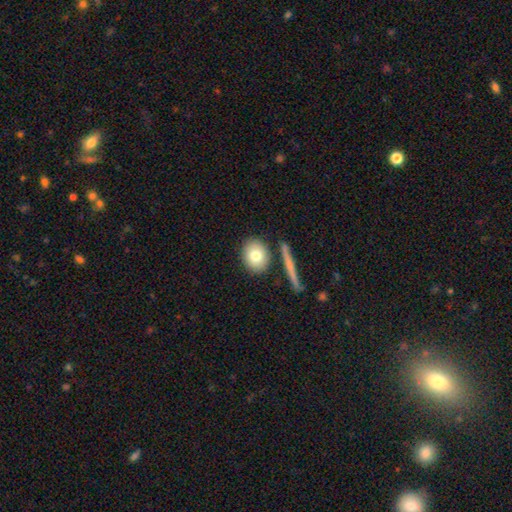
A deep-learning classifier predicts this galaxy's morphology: This appears to be a smooth galaxy with no disk features (77%) that is round (59%). Merging: none (80%).